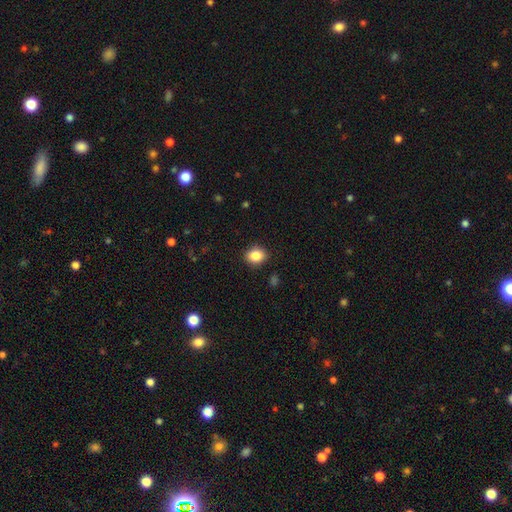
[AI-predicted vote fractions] This is clearly a smooth galaxy (86%). How rounded: possibly round (59%). Merging: clearly none (89%).